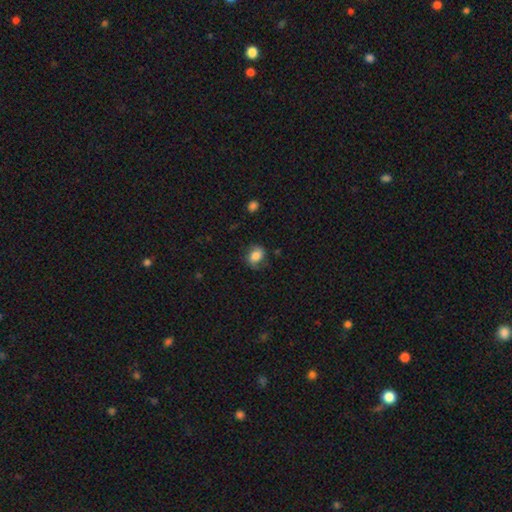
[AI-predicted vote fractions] The model was most divided on "how rounded": in between: 56%, round: 43%, cigar-shaped: 1%. More confident: smooth or featured — smooth (75%); merging — none (64%).